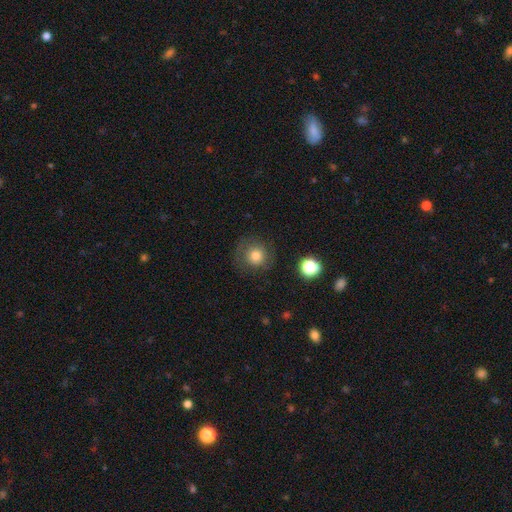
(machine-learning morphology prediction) Smooth or featured?
  - smooth: 73% *
  - featured or disk: 16%
  - star or artifact: 12%
How rounded?
  - round: 92% *
  - in between: 7%
  - cigar-shaped: 1%
Merging?
  - none: 77% *
  - minor disturbance: 14%
  - major disturbance: 8%
  - merger: 2%